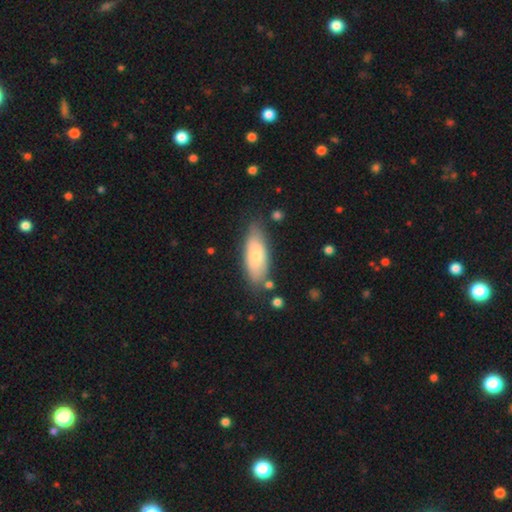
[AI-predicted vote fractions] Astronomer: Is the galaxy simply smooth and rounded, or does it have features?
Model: smooth — 70%.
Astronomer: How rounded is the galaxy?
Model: in between — 72%.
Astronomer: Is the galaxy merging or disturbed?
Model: none — 74%.